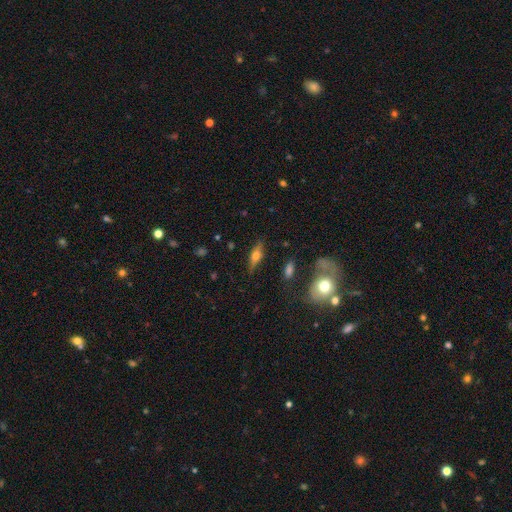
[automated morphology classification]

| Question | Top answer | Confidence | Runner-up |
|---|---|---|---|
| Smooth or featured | featured or disk | 51% | smooth (40%) |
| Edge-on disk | yes | 90% | no (10%) |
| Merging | none | 82% | minor disturbance (12%) |